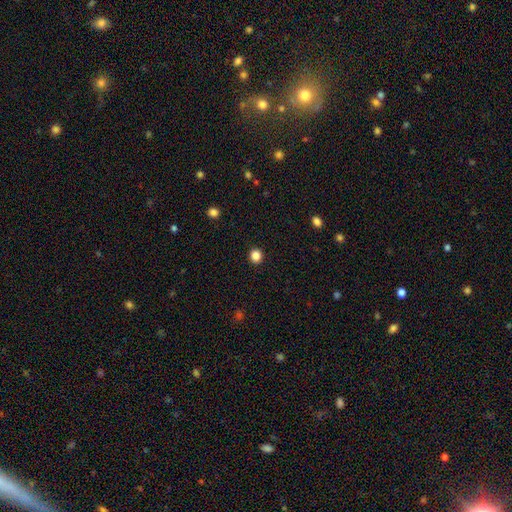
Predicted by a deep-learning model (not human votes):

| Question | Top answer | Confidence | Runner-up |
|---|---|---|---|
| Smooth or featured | smooth | 85% | star or artifact (12%) |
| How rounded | round | 86% | in between (14%) |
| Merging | none | 92% | minor disturbance (5%) |